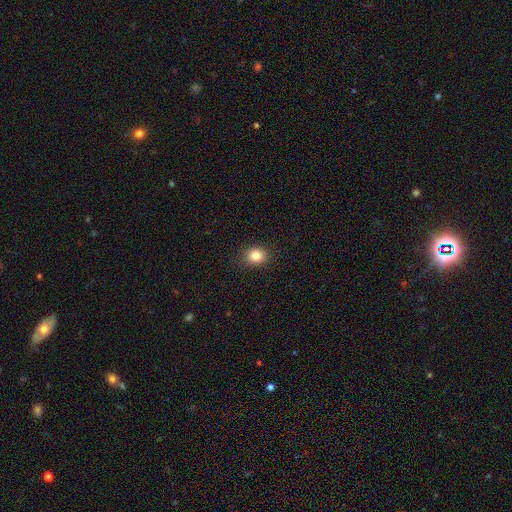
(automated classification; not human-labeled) Smooth or featured?
  - smooth: 82% *
  - star or artifact: 12%
  - featured or disk: 6%
How rounded?
  - round: 71% *
  - in between: 28%
  - cigar-shaped: 1%
Merging?
  - none: 90% *
  - minor disturbance: 7%
  - major disturbance: 2%
  - merger: 1%